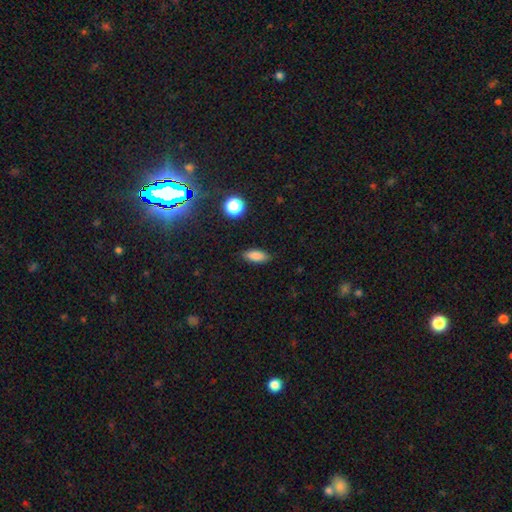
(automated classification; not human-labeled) Smooth or featured?
  - smooth: 83% *
  - star or artifact: 10%
  - featured or disk: 8%
How rounded?
  - in between: 79% *
  - cigar-shaped: 18%
  - round: 4%
Merging?
  - none: 85% *
  - minor disturbance: 11%
  - major disturbance: 3%
  - merger: 1%